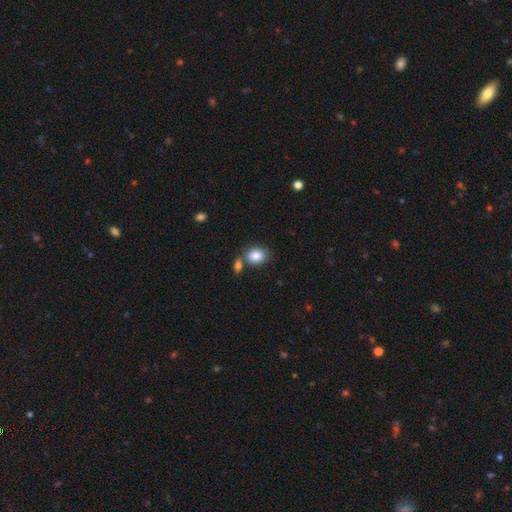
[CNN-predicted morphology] The model was most divided on "how rounded": in between: 61%, round: 37%, cigar-shaped: 1%. More confident: smooth or featured — smooth (86%); merging — none (58%).